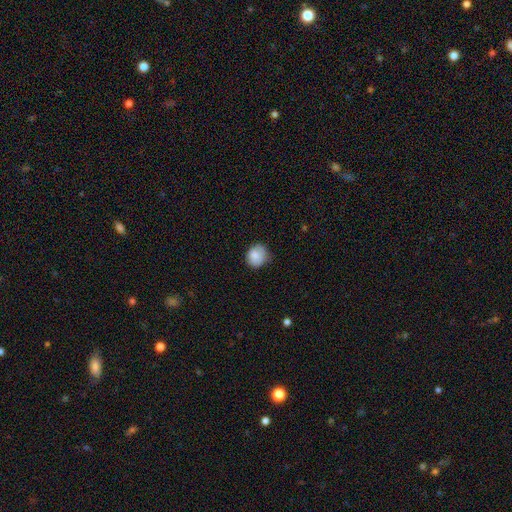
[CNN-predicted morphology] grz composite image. It shows a smooth galaxy with no disk features (86%) that is round (80%). Merging: none (76%).